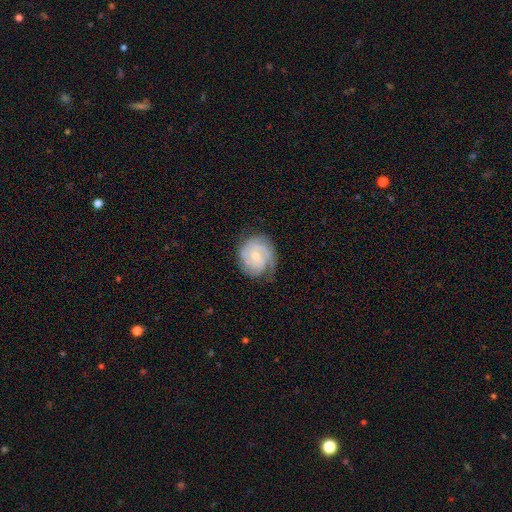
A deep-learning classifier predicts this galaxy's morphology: A featured or disk galaxy (78%) with no bar (64%), tight (60%) spiral arms (95%) and a small central bulge (63%). Merging: none (66%).